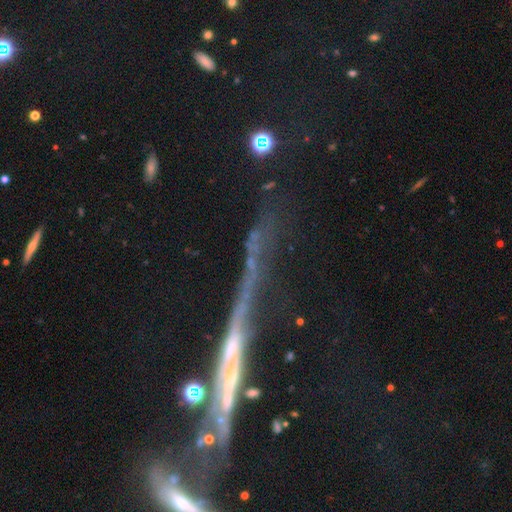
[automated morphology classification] Smooth or featured?
  - featured or disk: 61% *
  - star or artifact: 23%
  - smooth: 16%
Edge-on disk?
  - yes: 80% *
  - no: 20%
Merging?
  - none: 44% *
  - major disturbance: 21%
  - minor disturbance: 19%
  - merger: 16%